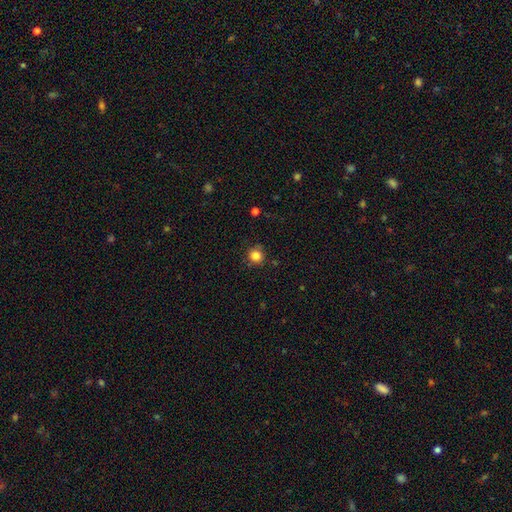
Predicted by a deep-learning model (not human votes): A smooth galaxy with no disk features (84%) that is round (93%).

Vote fractions:
- Smooth or featured? smooth: 84% / star or artifact: 11% / featured or disk: 5%
- How rounded? round: 93% / in between: 6% / cigar-shaped: 1%
- Merging? none: 85% / minor disturbance: 10% / major disturbance: 2% / merger: 2%